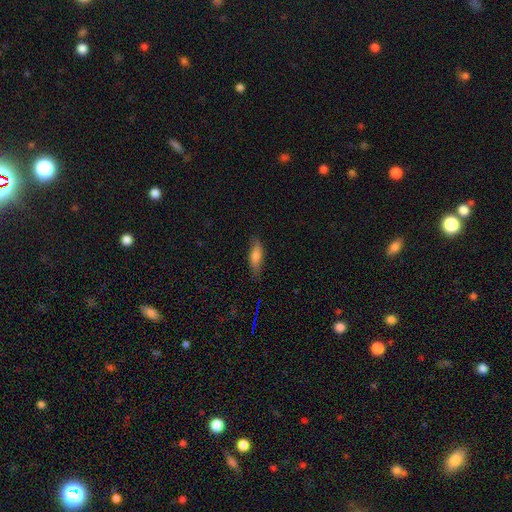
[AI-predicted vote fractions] smooth 71%, featured or disk 22%, star or artifact 8%. Down the decision tree: how rounded — in between (55%); merging — none (78%).